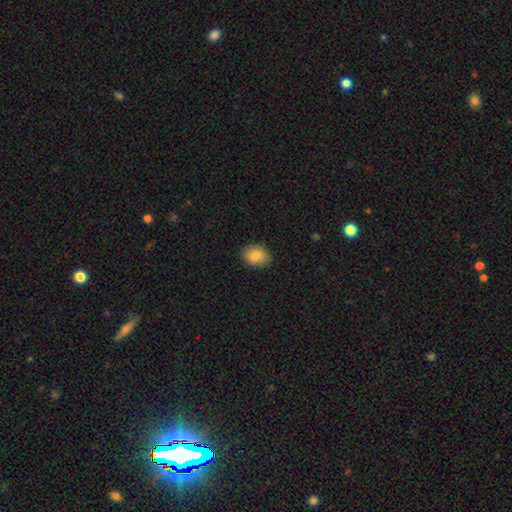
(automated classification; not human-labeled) This is clearly a smooth galaxy (86%). How rounded: likely in between (64%). Merging: clearly none (84%).